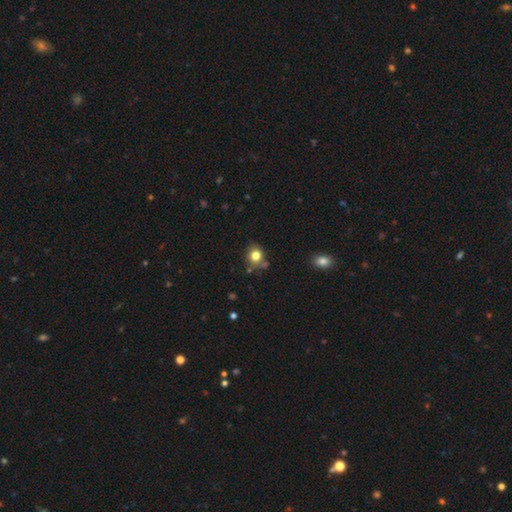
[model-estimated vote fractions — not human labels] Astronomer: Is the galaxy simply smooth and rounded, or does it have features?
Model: smooth — 80%.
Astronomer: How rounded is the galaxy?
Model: round — 77%.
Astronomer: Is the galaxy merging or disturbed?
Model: none — 71%.